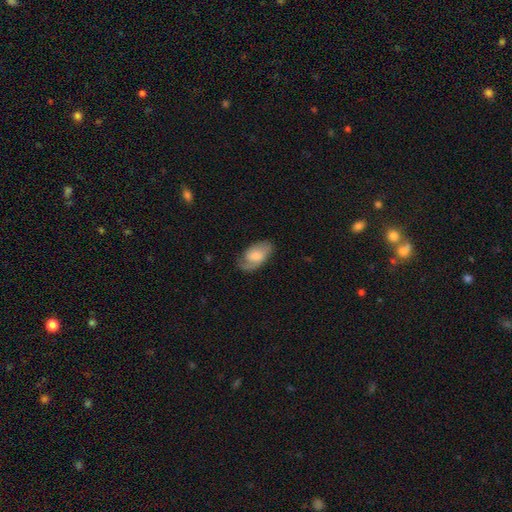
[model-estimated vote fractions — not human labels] Smooth or featured: featured or disk — 47% (tied with smooth — 47%)
Merging: none — 68% (minor disturbance — 22%)